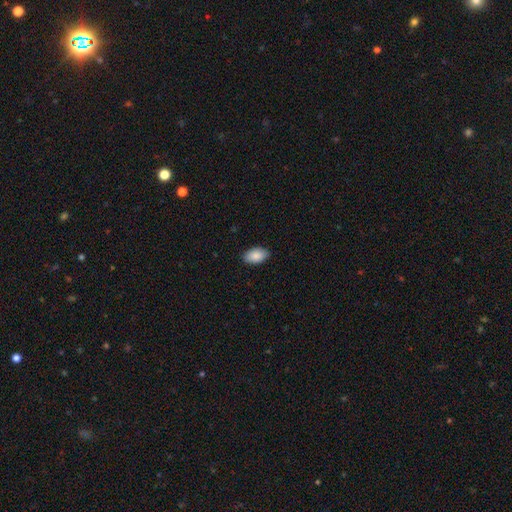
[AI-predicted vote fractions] This appears to be a smooth galaxy with no disk features (89%) that is in between round and cigar-shaped (94%). Merging: none (88%).